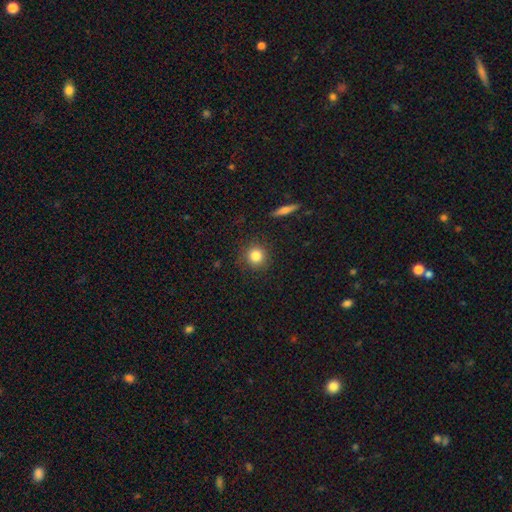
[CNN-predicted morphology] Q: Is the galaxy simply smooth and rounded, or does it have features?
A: smooth — 83%.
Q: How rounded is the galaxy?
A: round — 92%.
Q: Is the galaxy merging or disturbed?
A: none — 87%.